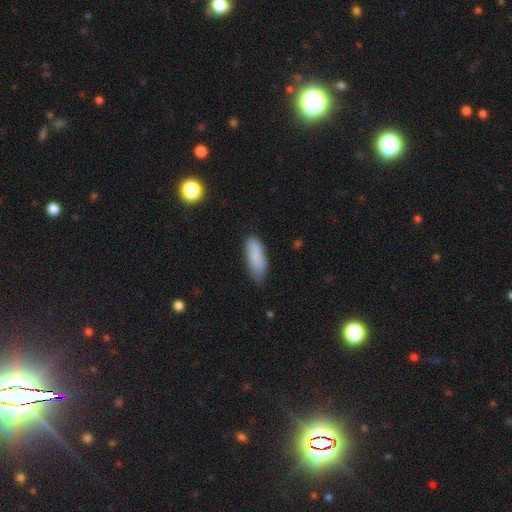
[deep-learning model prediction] The model was most divided on "how rounded": in between: 64%, cigar-shaped: 34%, round: 2%. More confident: smooth or featured — smooth (87%); merging — none (70%).